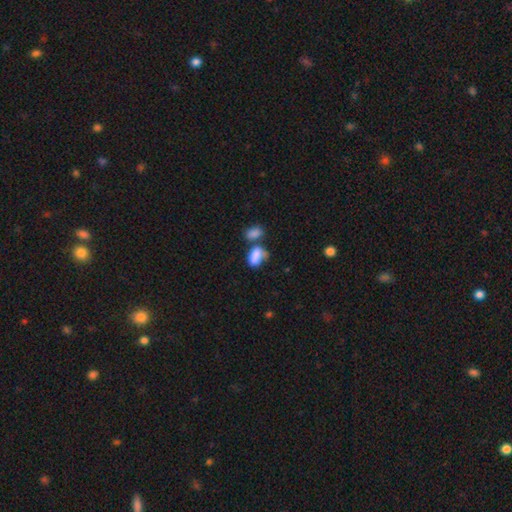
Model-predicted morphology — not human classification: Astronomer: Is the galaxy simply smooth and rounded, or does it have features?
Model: smooth — 83%.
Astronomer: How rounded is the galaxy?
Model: in between — 88%.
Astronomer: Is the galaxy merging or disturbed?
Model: merger — 48% (runner-up: none, 27%).